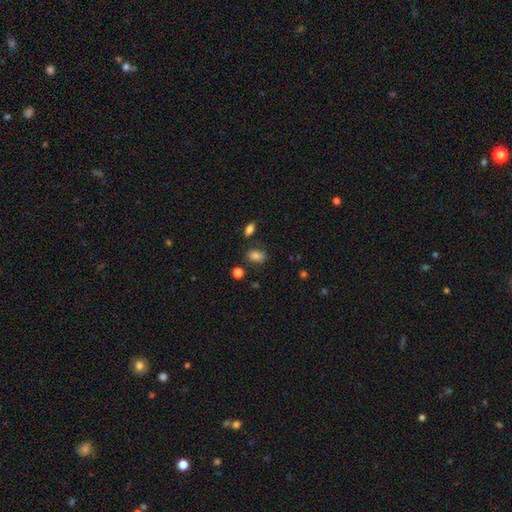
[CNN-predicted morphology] Smooth or featured?
  - smooth: 80% *
  - star or artifact: 11%
  - featured or disk: 9%
How rounded?
  - in between: 78% *
  - round: 20%
  - cigar-shaped: 2%
Merging?
  - none: 68% *
  - minor disturbance: 19%
  - merger: 7%
  - major disturbance: 6%